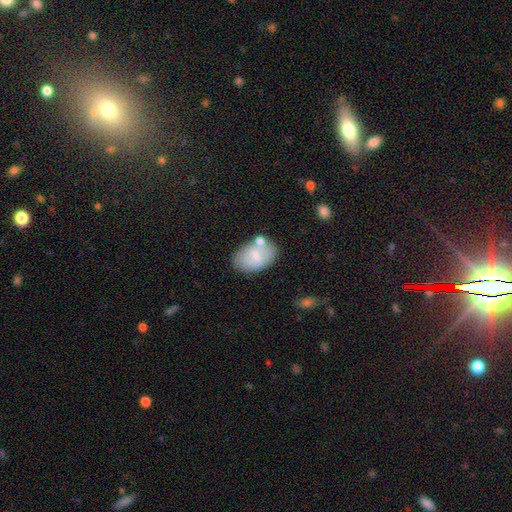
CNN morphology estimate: The model was most divided on "smooth or featured": smooth: 68%, featured or disk: 25%, star or artifact: 7%. More confident: how rounded — in between (89%); merging — none (63%).